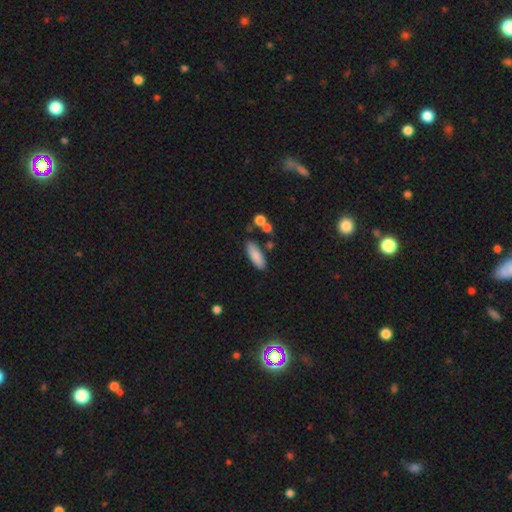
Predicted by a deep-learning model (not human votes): Smooth or featured? Predicted: smooth (p=0.85). How rounded? Predicted: in between (p=0.63). Merging? Predicted: none (p=0.79).